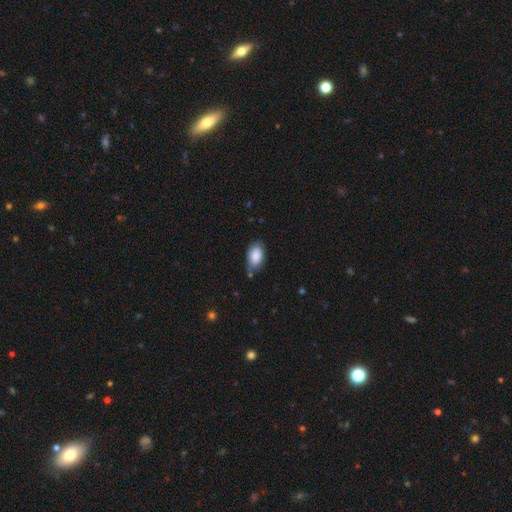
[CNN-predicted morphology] smooth-or-featured: smooth: 87% | featured or disk: 7% | star or artifact: 6%
  how-rounded: in between: 93% | round: 5% | cigar-shaped: 2%
  merging: none: 70% | minor disturbance: 23% | major disturbance: 4% | merger: 3%